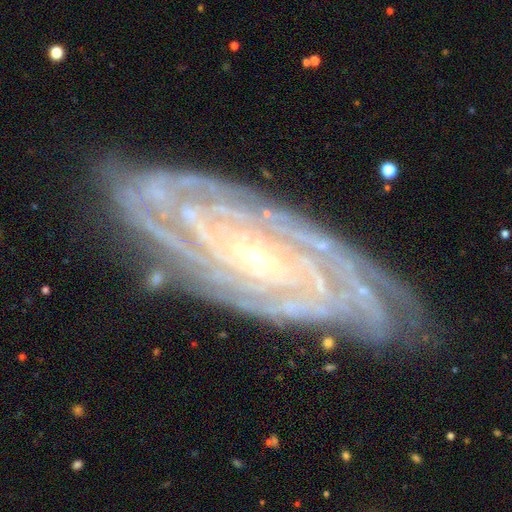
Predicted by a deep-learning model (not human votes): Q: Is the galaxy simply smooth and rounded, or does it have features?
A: featured or disk — 90%.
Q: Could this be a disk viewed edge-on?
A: no — 92%.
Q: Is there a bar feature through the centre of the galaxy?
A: no — 43%.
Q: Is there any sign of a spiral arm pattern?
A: yes — 98%.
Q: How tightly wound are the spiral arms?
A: tight — 83%.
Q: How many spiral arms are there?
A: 4 — 23%.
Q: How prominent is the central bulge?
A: small — 77%.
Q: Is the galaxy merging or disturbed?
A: none — 82%.